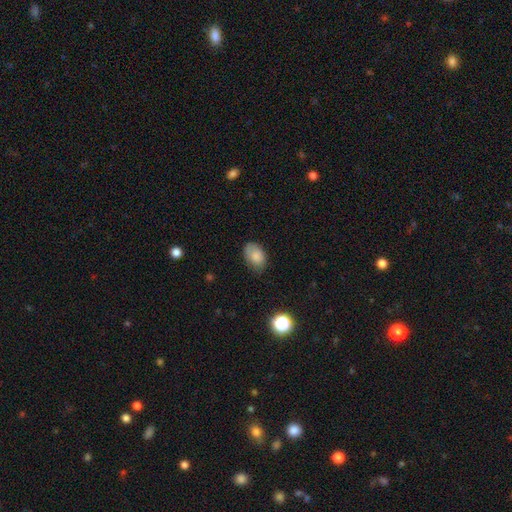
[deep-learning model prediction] The model was most divided on "merging": none: 70%, minor disturbance: 23%, major disturbance: 5%, merger: 1%. More confident: how rounded — in between (87%); smooth or featured — smooth (83%).